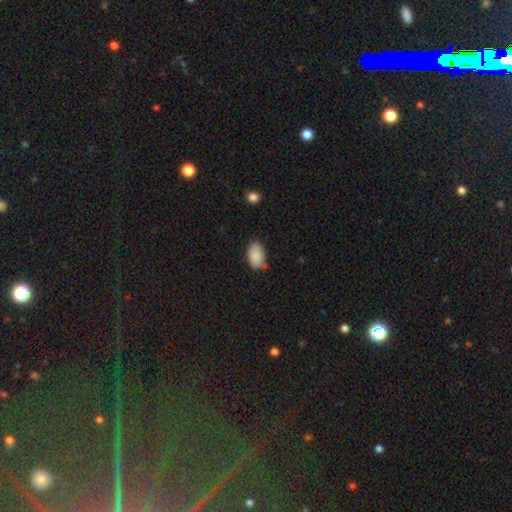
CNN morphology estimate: smooth-or-featured: smooth: 88% | star or artifact: 7% | featured or disk: 5%
  how-rounded: in between: 93% | round: 6% | cigar-shaped: 1%
  merging: none: 69% | minor disturbance: 23% | major disturbance: 4% | merger: 3%